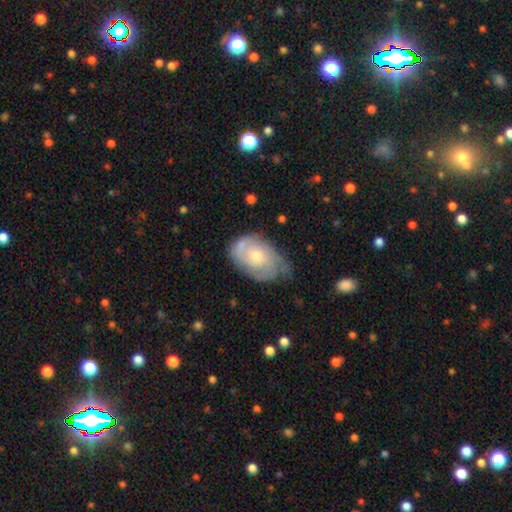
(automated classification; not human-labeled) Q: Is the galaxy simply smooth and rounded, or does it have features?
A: featured or disk — 63%.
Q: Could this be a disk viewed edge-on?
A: no — 96%.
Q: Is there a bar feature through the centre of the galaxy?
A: no — 83%.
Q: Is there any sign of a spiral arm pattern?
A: yes — 79%.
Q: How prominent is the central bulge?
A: moderate — 52%.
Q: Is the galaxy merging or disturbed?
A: none — 53%.